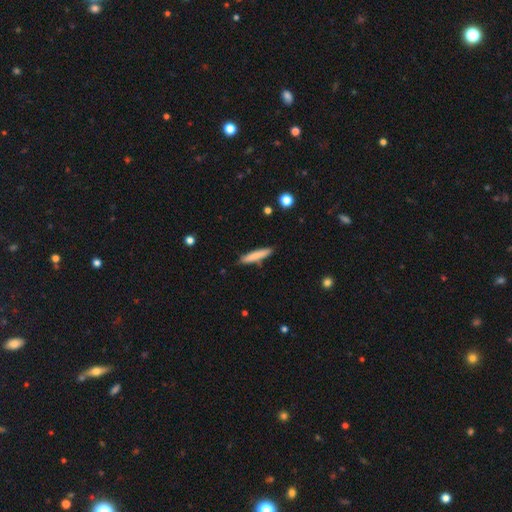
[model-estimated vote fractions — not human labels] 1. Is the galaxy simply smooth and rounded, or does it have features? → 80% smooth, 14% featured or disk, 6% star or artifact.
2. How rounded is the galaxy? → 89% cigar-shaped, 10% in between, 1% round.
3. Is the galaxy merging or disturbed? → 85% none, 11% minor disturbance, 2% merger, 2% major disturbance.